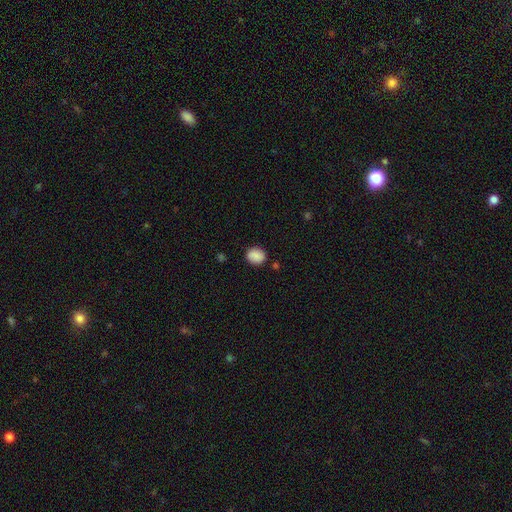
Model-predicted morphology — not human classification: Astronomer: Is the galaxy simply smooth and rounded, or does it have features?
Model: smooth — 88%.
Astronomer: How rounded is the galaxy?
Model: round — 60% (runner-up: in between, 39%).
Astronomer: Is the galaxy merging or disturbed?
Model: none — 84%.